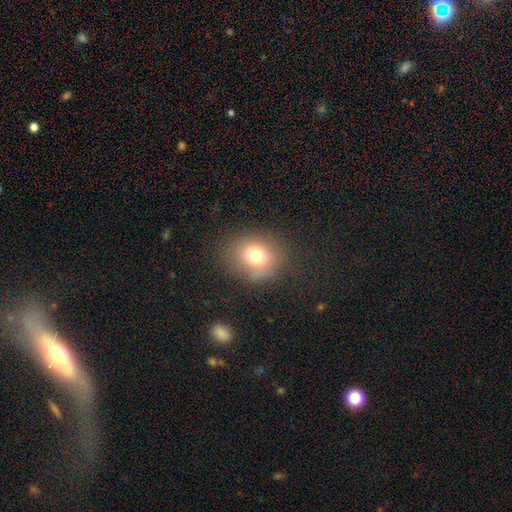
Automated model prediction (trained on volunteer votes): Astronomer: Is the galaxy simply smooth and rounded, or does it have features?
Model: smooth — 74%.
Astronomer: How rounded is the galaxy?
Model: round — 63%.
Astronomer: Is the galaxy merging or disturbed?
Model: none — 73%.